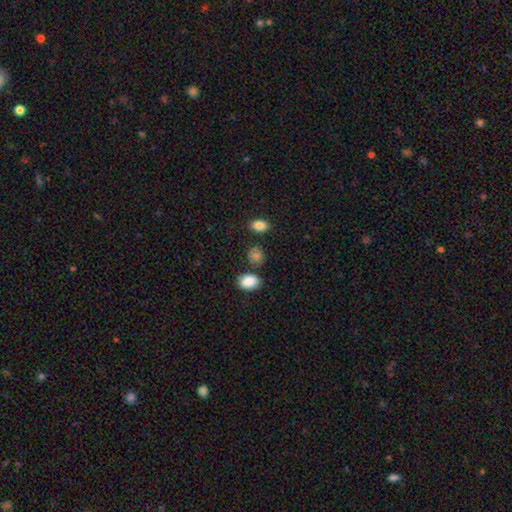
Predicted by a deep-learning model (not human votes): Overall: smooth (84%). How rounded: in between (58%; round 40%). Merging: none (73%).